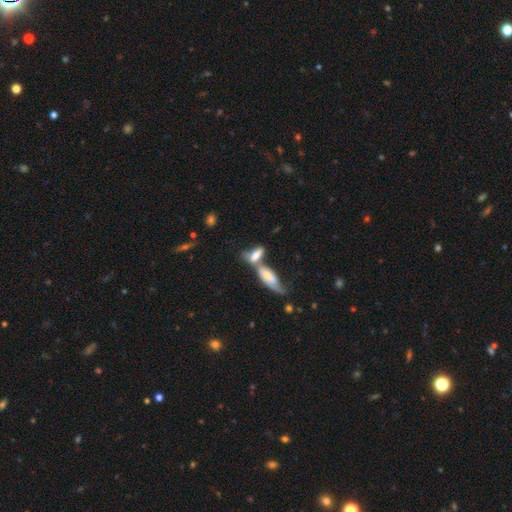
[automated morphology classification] The model was most divided on "smooth or featured": smooth: 63%, featured or disk: 28%, star or artifact: 9%. More confident: how rounded — in between (68%); merging — merger (63%).